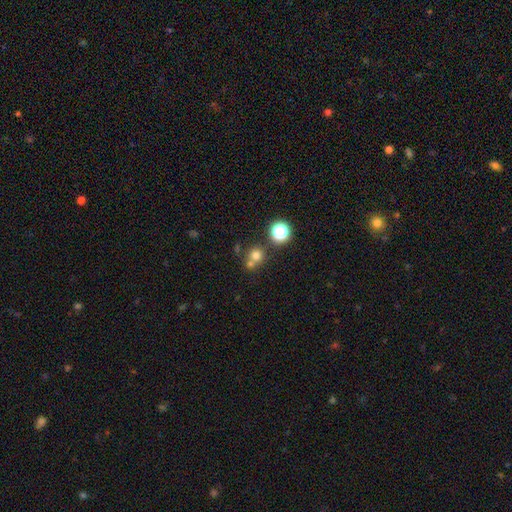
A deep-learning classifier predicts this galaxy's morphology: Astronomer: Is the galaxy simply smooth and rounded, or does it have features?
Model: smooth — 70%.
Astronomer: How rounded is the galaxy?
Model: round — 88%.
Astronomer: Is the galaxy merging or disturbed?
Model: none — 55% (runner-up: merger, 34%).